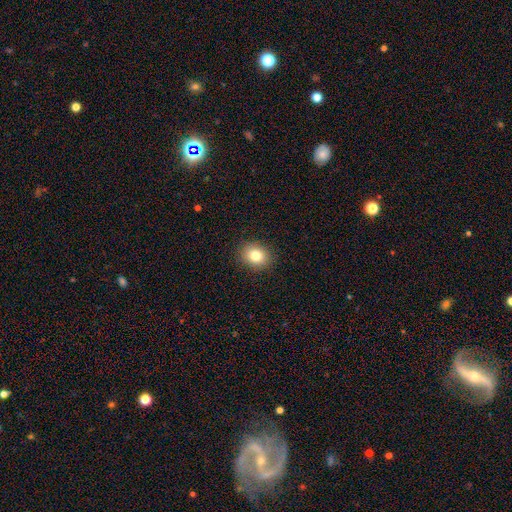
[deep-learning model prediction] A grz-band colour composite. It shows a smooth galaxy with no disk features (81%) that is round (61%). Merging: none (90%).